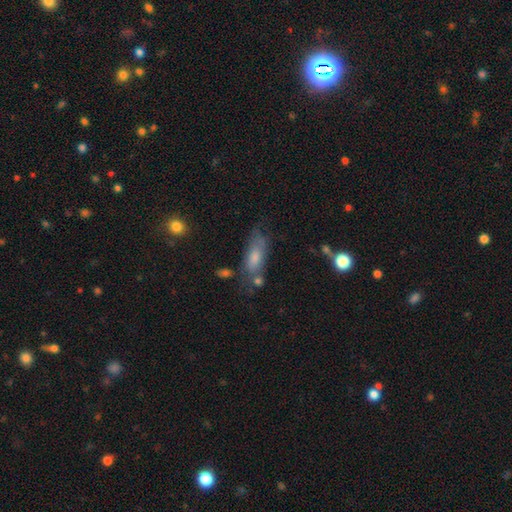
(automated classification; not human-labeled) smooth 60%, featured or disk 29%, star or artifact 11%. Down the decision tree: how rounded — in between (63%); merging — none (51%).